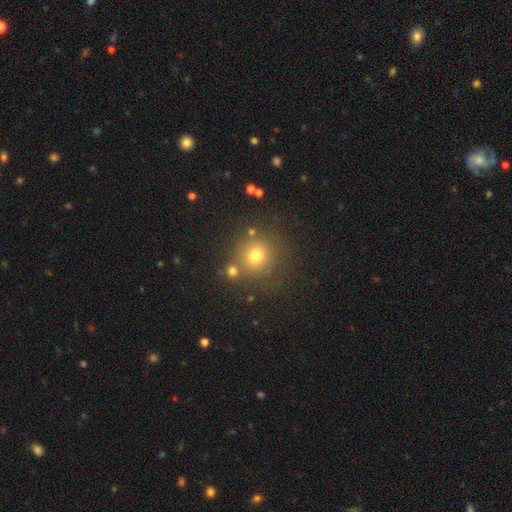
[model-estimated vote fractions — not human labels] The model was most divided on "smooth or featured": smooth: 71%, star or artifact: 19%, featured or disk: 10%. More confident: how rounded — round (92%); merging — none (77%).